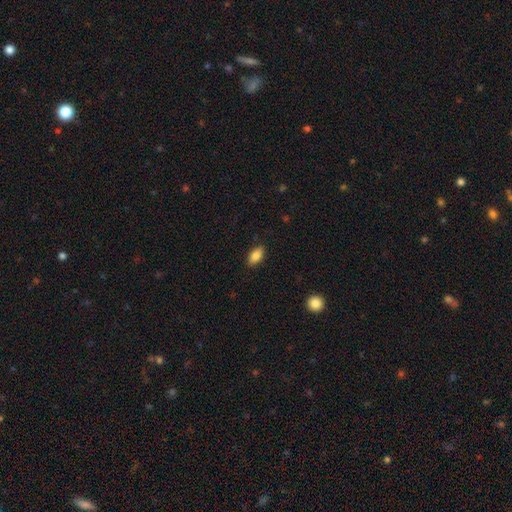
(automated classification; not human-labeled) Smooth or featured?
  - smooth: 85% *
  - star or artifact: 7%
  - featured or disk: 7%
How rounded?
  - in between: 91% *
  - cigar-shaped: 6%
  - round: 4%
Merging?
  - none: 88% *
  - minor disturbance: 9%
  - major disturbance: 2%
  - merger: 1%